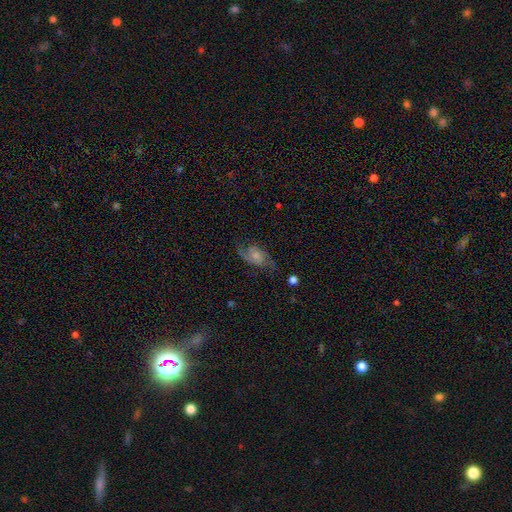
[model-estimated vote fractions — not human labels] smooth-or-featured: featured or disk: 73% | smooth: 19% | star or artifact: 8%
  disk-edge-on: no: 96% | yes: 4%
    bar: no: 60% | weak: 34% | strong: 6%
    has-spiral-arms: yes: 94% | no: 6%
      spiral-winding: loose: 44% | medium: 42% | tight: 13%
      spiral-arm-count: 2: 87% | can't tell: 5% | 1: 4% | 3: 2% | 4: 1% | more than 4: 1%
    bulge-size: small: 38% | moderate: 30% | none: 20% | large: 9% | dominant: 2%
  merging: none: 65% | minor disturbance: 20% | major disturbance: 13% | merger: 2%